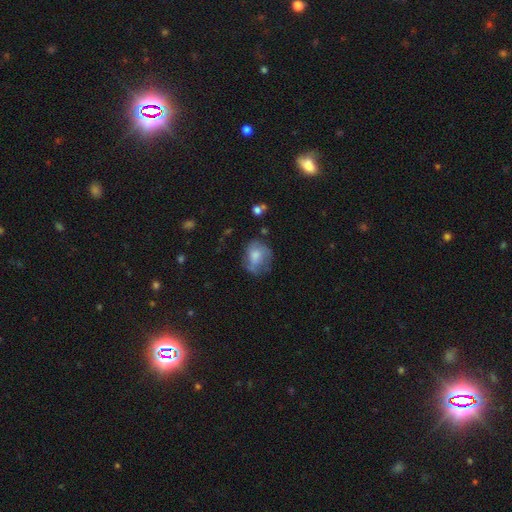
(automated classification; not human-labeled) Smooth or featured?
  - smooth: 60% *
  - featured or disk: 32%
  - star or artifact: 8%
How rounded?
  - in between: 50% *
  - round: 49%
  - cigar-shaped: 1%
Merging?
  - none: 49% *
  - minor disturbance: 29%
  - major disturbance: 19%
  - merger: 3%